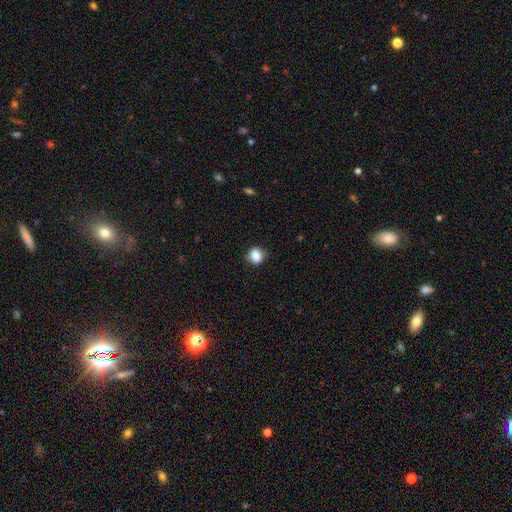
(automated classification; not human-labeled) This appears to be a smooth galaxy with no disk features (85%) that is round (58%). Merging: none (79%).